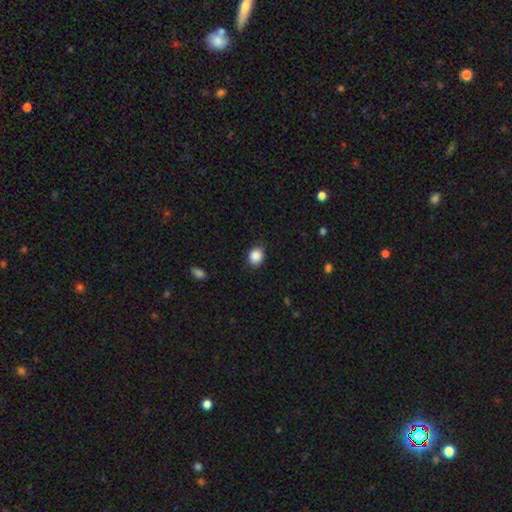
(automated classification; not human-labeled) A smooth galaxy with no disk features (87%) that is round (68%). Merging: none (82%).